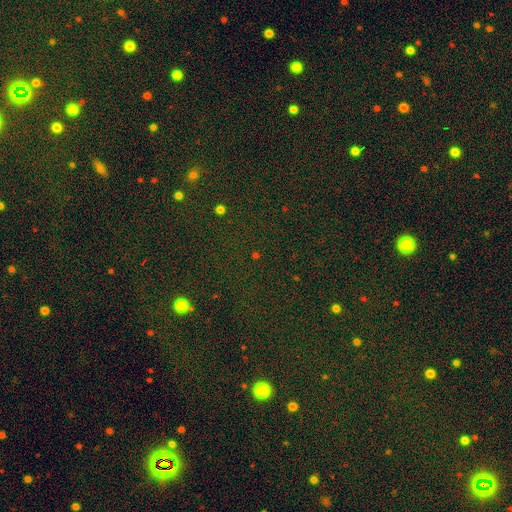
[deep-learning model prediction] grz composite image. It shows a star or artifact, not a galaxy (68%).